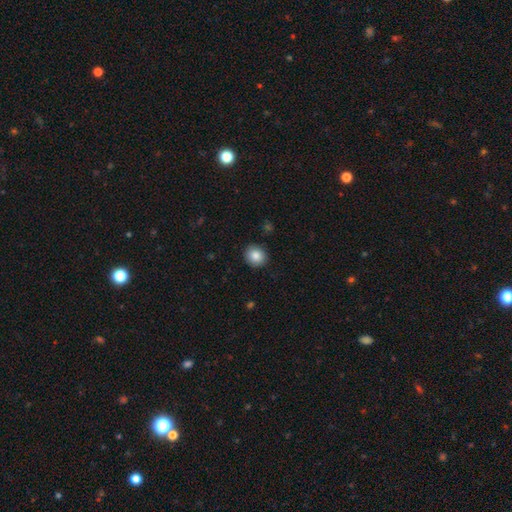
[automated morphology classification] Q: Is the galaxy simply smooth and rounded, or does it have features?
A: smooth — 86%.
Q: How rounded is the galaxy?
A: round — 80%.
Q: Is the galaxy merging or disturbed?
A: none — 90%.